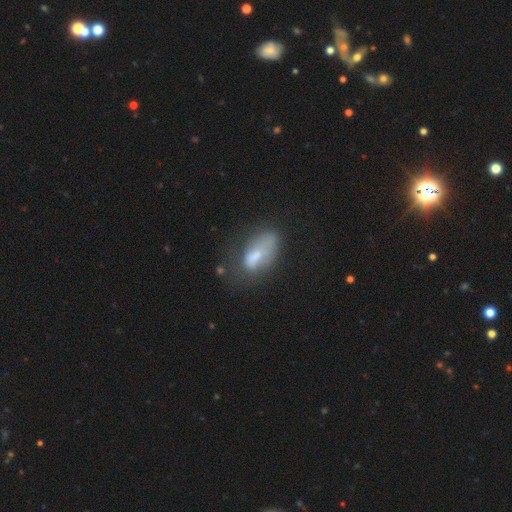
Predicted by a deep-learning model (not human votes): A smooth galaxy with no disk features (61%) that is in between round and cigar-shaped (88%).

Vote fractions:
- Smooth or featured? smooth: 61% / featured or disk: 28% / star or artifact: 11%
- How rounded? in between: 88% / cigar-shaped: 8% / round: 4%
- Merging? none: 40% / minor disturbance: 29% / major disturbance: 24% / merger: 6%